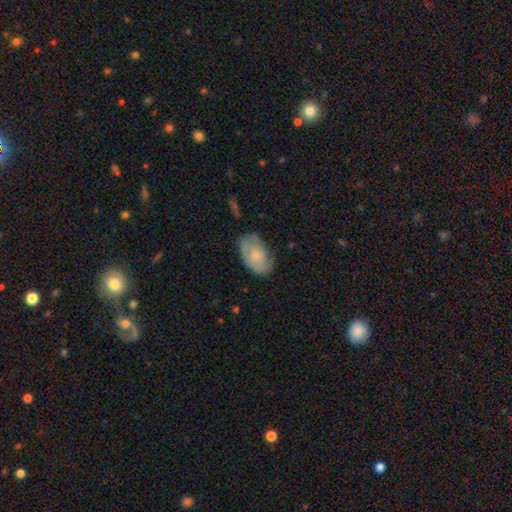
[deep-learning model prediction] Smooth or featured? smooth (58%)
How rounded? in between (90%)
Merging? none (62%)